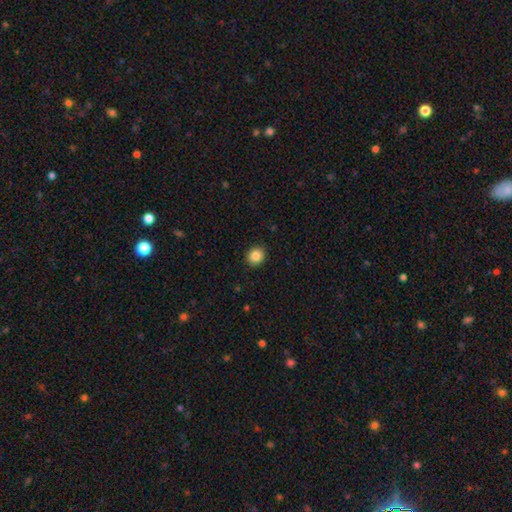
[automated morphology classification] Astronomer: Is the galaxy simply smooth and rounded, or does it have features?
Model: smooth — 86%.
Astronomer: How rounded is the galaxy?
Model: round — 78%.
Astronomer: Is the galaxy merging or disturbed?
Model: none — 91%.